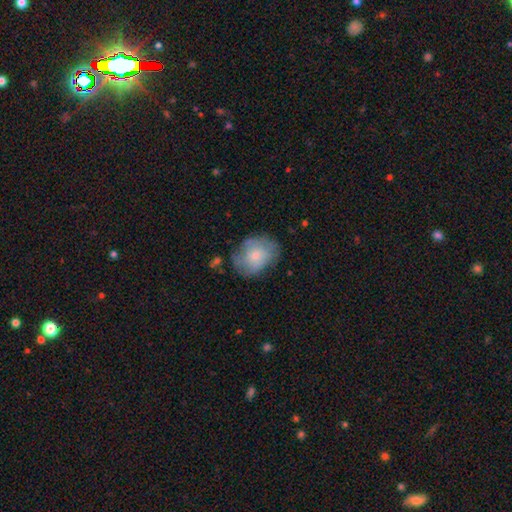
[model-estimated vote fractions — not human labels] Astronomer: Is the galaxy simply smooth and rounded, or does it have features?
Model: smooth — 65%.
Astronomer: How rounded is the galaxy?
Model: in between — 55% (runner-up: round, 44%).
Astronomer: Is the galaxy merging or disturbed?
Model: none — 62%.